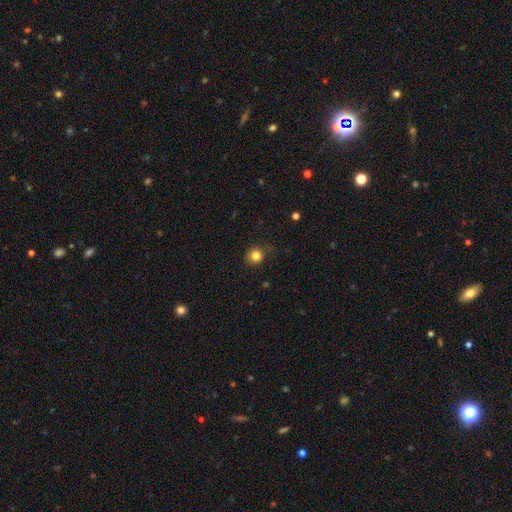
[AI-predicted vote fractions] smooth 82%, star or artifact 12%, featured or disk 6%. Down the decision tree: how rounded — round (90%); merging — none (83%).